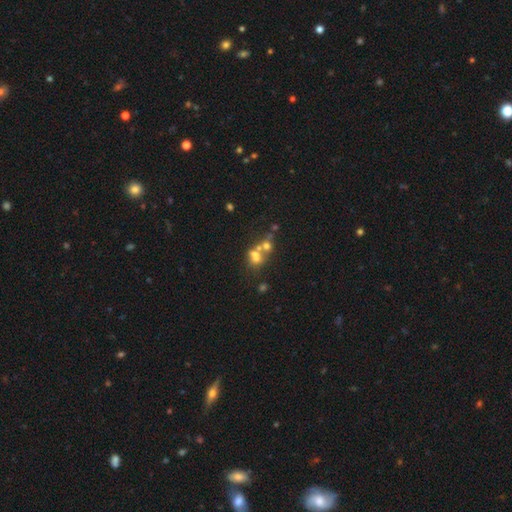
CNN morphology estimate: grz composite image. It shows a smooth galaxy with no disk features (51%) that is round (54%). Merging: merger (54%).